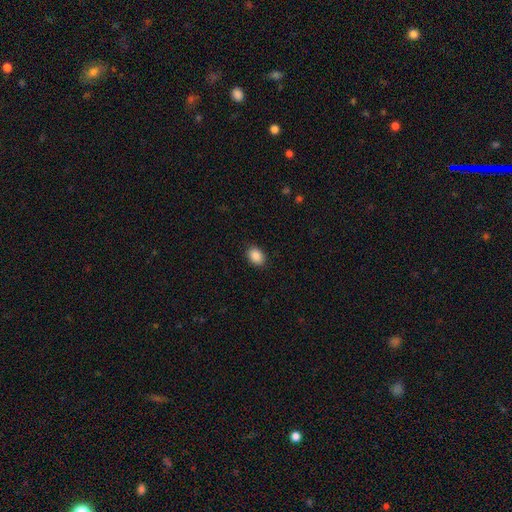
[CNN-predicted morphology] Smooth or featured? Predicted: smooth (p=0.89). How rounded? Predicted: in between (p=0.77). Merging? Predicted: none (p=0.89).